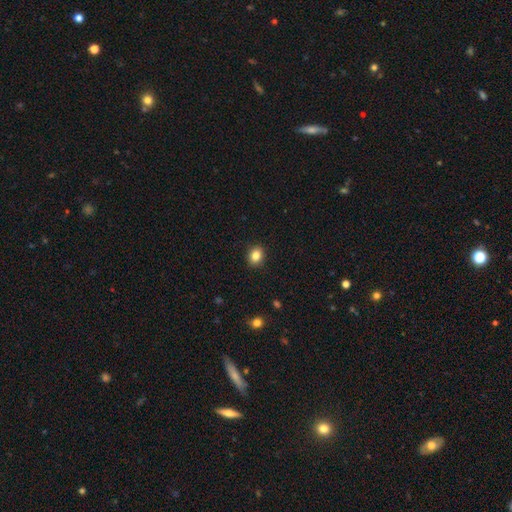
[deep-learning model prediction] smooth_or_featured: smooth (p=0.84) [alt: star or artifact p=0.10]
how_rounded: round (p=0.55) [alt: in between p=0.44]
merging: none (p=0.90) [alt: minor disturbance p=0.07]